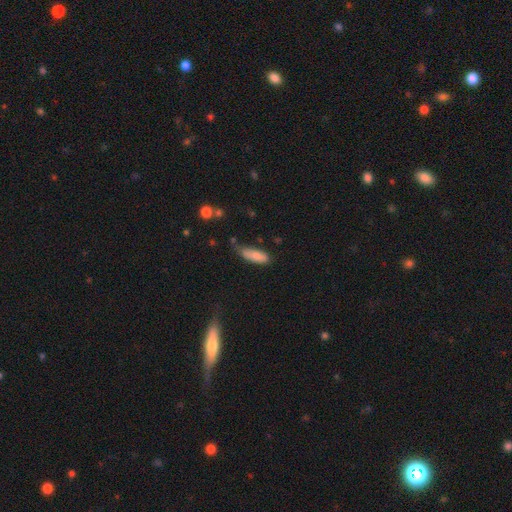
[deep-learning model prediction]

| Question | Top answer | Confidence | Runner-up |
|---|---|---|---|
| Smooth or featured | smooth | 82% | featured or disk (11%) |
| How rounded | in between | 63% | cigar-shaped (35%) |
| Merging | none | 50% | minor disturbance (37%) |